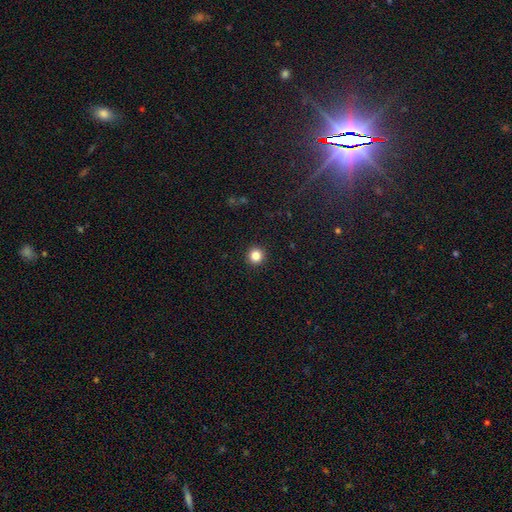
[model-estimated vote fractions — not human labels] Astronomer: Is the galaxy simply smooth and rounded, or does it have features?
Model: smooth — 84%.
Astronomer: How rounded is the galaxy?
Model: round — 94%.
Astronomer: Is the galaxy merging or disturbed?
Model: none — 93%.